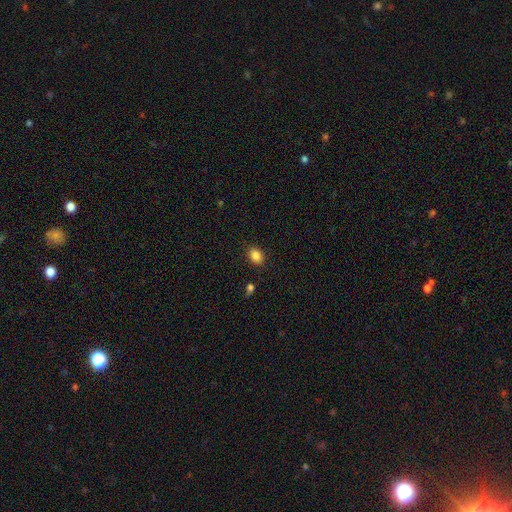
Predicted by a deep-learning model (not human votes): This is clearly a smooth galaxy (85%). How rounded: likely in between (68%). Merging: clearly none (87%).